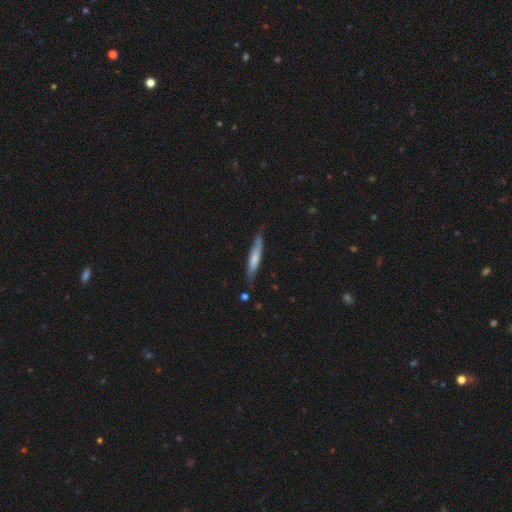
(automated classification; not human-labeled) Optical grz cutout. It shows a smooth galaxy with no disk features (58%) that is cigar-shaped (91%). Merging: none (73%).